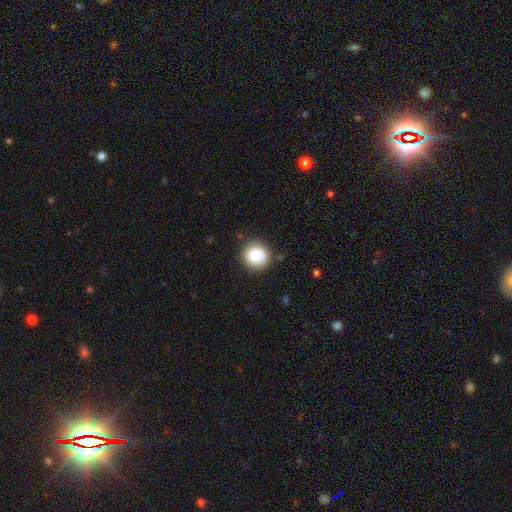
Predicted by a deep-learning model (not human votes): smooth 85%, star or artifact 9%, featured or disk 6%. Down the decision tree: how rounded — round (93%); merging — none (87%).